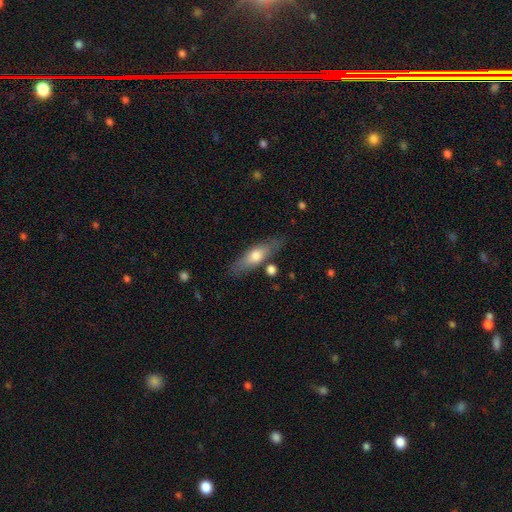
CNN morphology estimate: A smooth galaxy with no disk features (62%) that is cigar-shaped (51%).

Vote fractions:
- Smooth or featured? smooth: 62% / featured or disk: 33% / star or artifact: 6%
- How rounded? cigar-shaped: 51% / in between: 45% / round: 3%
- Merging? none: 77% / minor disturbance: 14% / merger: 5% / major disturbance: 4%